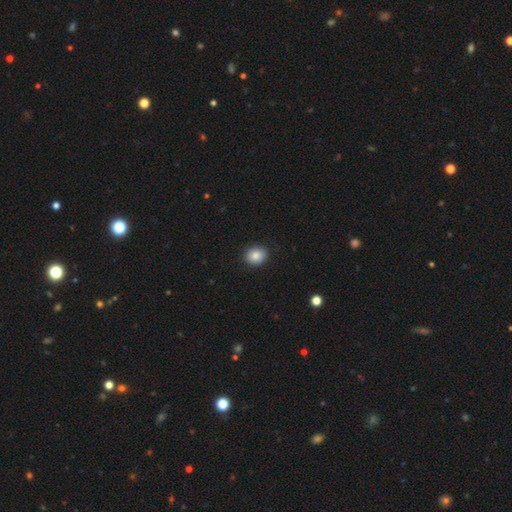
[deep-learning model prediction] Q: Smooth or featured?
A: smooth (86%); runner-up: star or artifact (9%)
Q: How rounded?
A: round (66%); runner-up: in between (33%)
Q: Merging?
A: none (89%); runner-up: minor disturbance (8%)